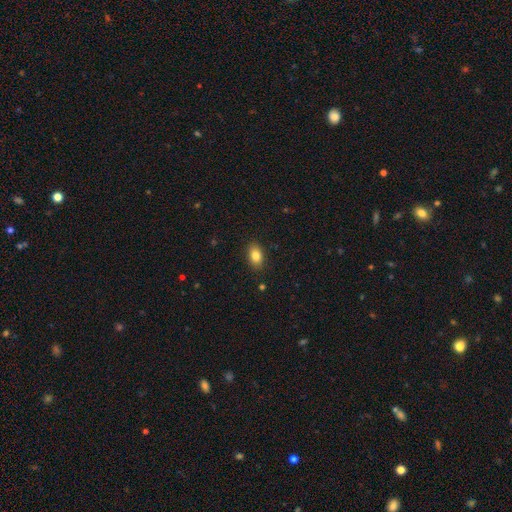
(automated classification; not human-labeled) Smooth or featured?
  - smooth: 84% *
  - star or artifact: 9%
  - featured or disk: 7%
How rounded?
  - in between: 87% *
  - round: 11%
  - cigar-shaped: 2%
Merging?
  - none: 88% *
  - minor disturbance: 9%
  - major disturbance: 2%
  - merger: 1%